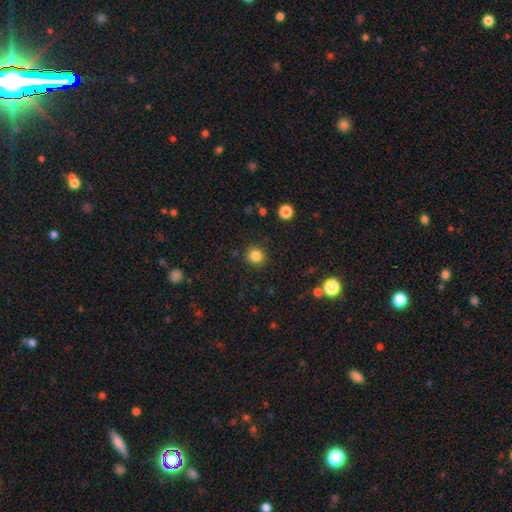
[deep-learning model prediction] smooth_or_featured: smooth (p=0.84) [alt: star or artifact p=0.12]
how_rounded: round (p=0.91) [alt: in between p=0.08]
merging: none (p=0.90) [alt: minor disturbance p=0.07]